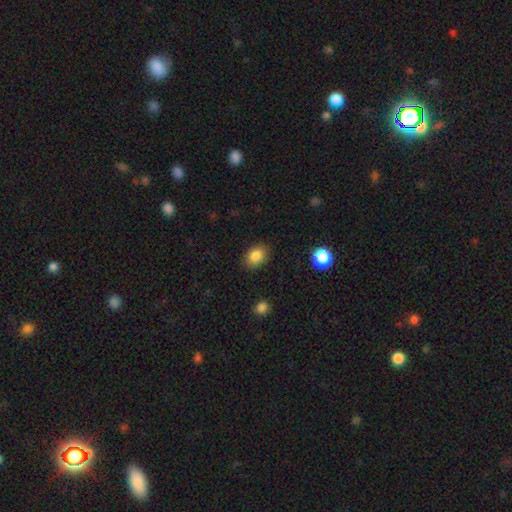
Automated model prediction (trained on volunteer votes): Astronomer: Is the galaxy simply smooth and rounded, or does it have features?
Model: smooth — 85%.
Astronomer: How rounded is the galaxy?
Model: in between — 64%.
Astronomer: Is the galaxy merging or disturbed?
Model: none — 86%.